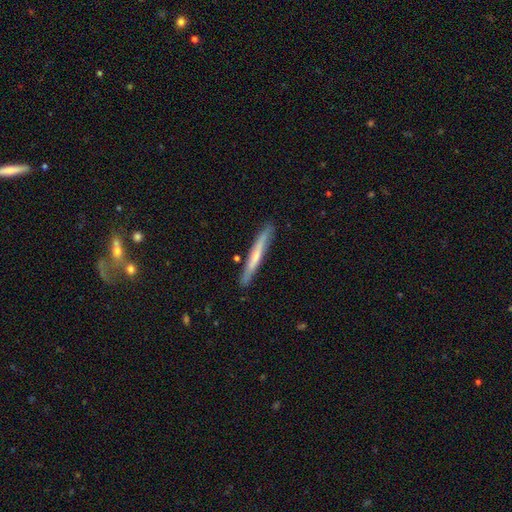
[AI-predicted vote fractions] smooth_or_featured: smooth (p=0.51) [alt: featured or disk p=0.44]
how_rounded: cigar-shaped (p=0.96) [alt: in between p=0.02]
merging: none (p=0.87) [alt: minor disturbance p=0.09]